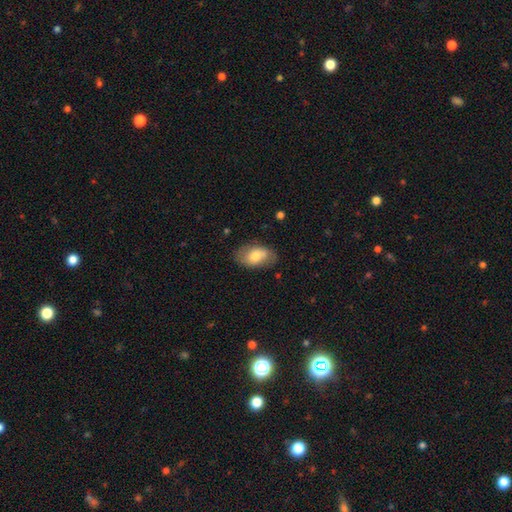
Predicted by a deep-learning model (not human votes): Q: Smooth or featured?
A: smooth (68%); runner-up: featured or disk (25%)
Q: How rounded?
A: in between (91%); runner-up: round (7%)
Q: Merging?
A: none (73%); runner-up: minor disturbance (20%)